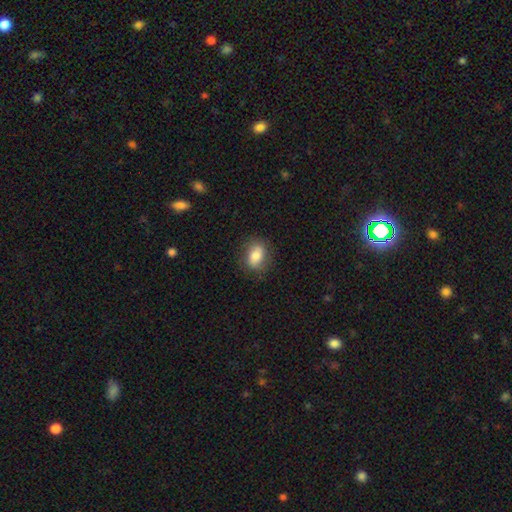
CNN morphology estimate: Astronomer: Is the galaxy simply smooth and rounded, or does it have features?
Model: smooth — 76%.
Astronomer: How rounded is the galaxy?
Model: in between — 76%.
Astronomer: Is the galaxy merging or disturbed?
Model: none — 79%.